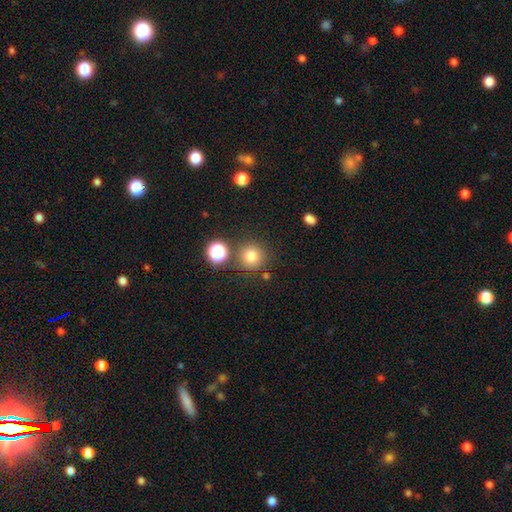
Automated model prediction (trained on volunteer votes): A smooth galaxy with no disk features (71%) that is round (94%). Merging: none (84%).